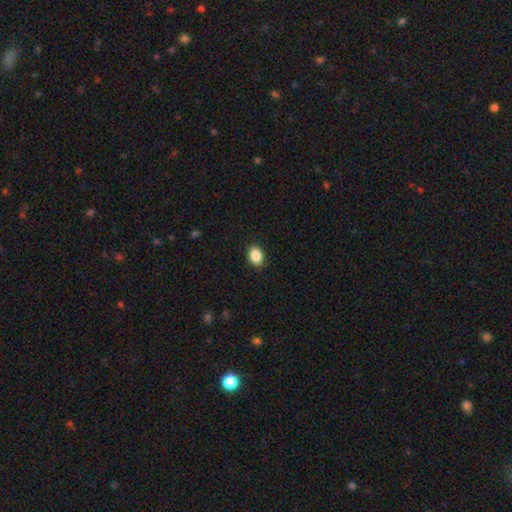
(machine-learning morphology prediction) smooth-or-featured: smooth: 88% | star or artifact: 8% | featured or disk: 4%
  how-rounded: in between: 71% | round: 28% | cigar-shaped: 1%
  merging: none: 90% | minor disturbance: 7% | major disturbance: 2% | merger: 1%